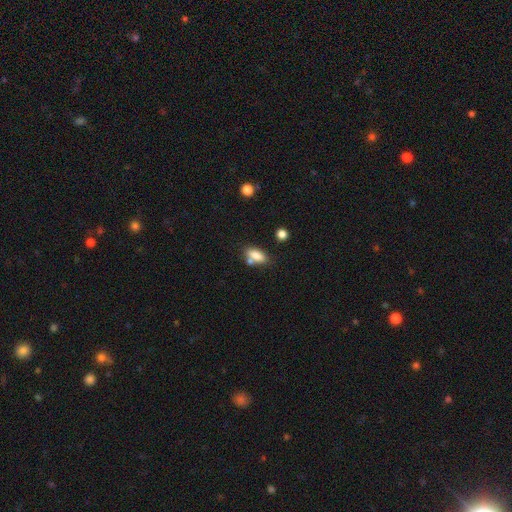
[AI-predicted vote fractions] Morphology: type=smooth (80%); roundness=in between (79%); merging=none (58%).